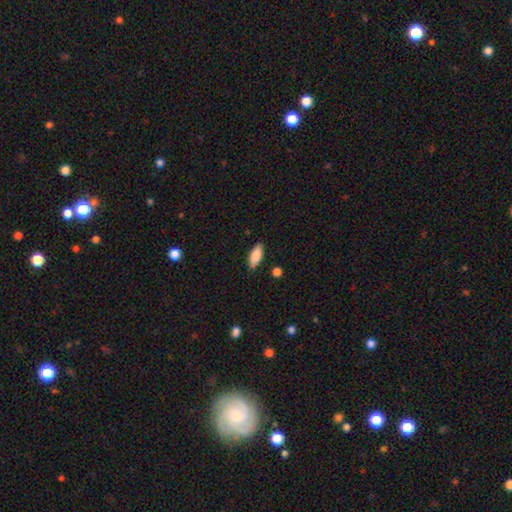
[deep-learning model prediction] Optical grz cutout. It shows a smooth galaxy with no disk features (80%) that is in between round and cigar-shaped (80%). Merging: none (82%).